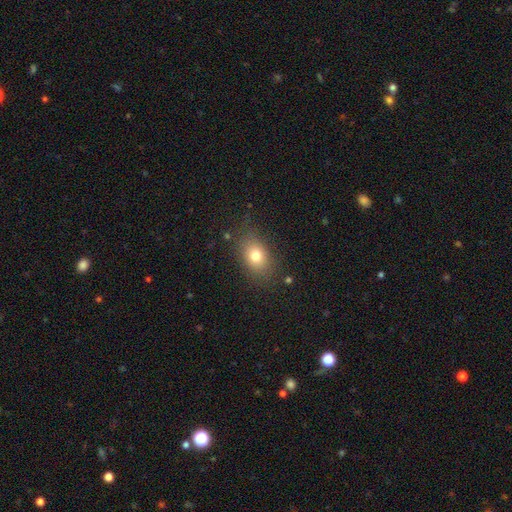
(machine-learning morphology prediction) Smooth or featured? smooth (76%)
How rounded? in between (70%)
Merging? none (79%)